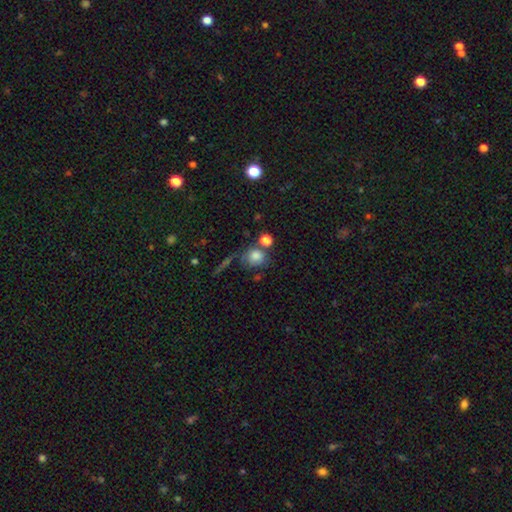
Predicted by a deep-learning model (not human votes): Smooth or featured? Predicted: smooth (p=0.78). How rounded? Predicted: round (p=0.76). Merging? Predicted: none (p=0.53).